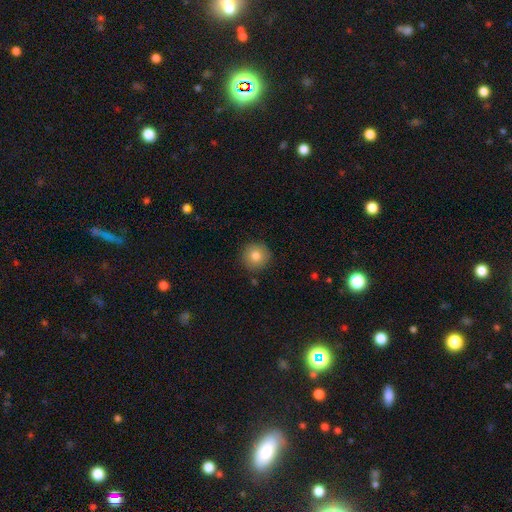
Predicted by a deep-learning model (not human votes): Smooth or featured? smooth (81%)
How rounded? round (95%)
Merging? none (90%)